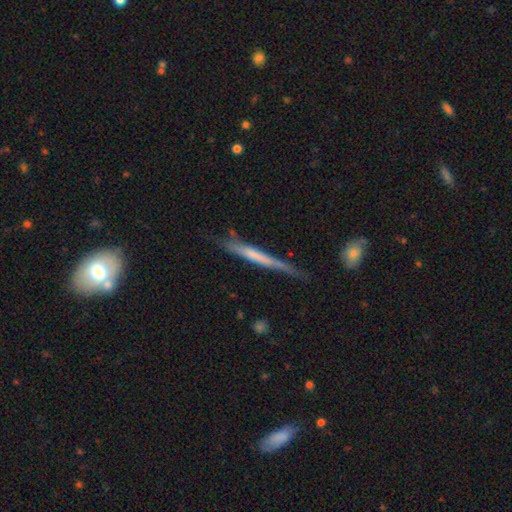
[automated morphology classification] This is possibly a featured or disk galaxy (48%). Merging: likely none (65%).